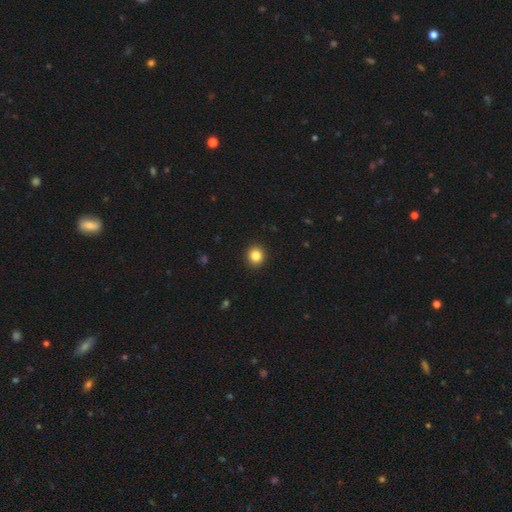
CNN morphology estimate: A smooth galaxy with no disk features (84%) that is round (91%). Merging: none (93%).